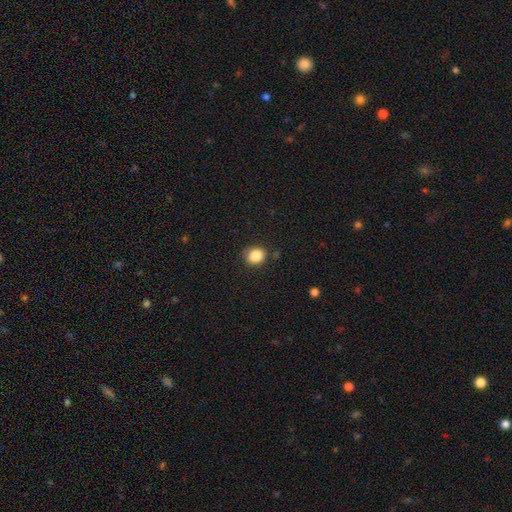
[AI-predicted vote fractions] Smooth or featured? Predicted: smooth (p=0.86). How rounded? Predicted: round (p=0.72). Merging? Predicted: none (p=0.87).